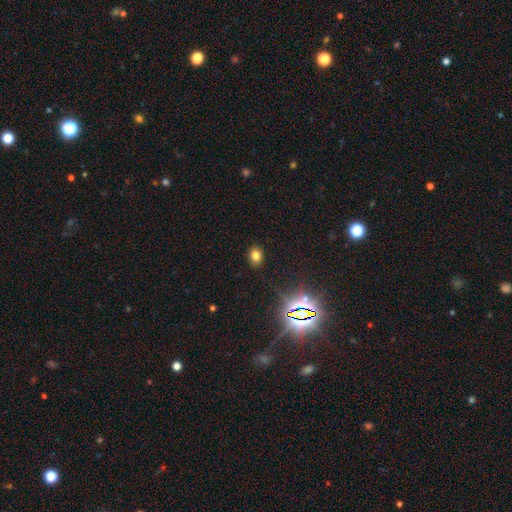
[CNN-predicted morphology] Smooth or featured: smooth — 72% (star or artifact — 21%)
How rounded: in between — 58% (round — 41%)
Merging: none — 88% (minor disturbance — 8%)